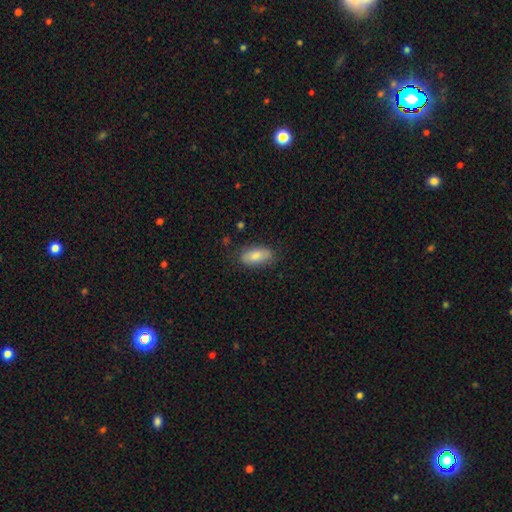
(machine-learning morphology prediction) A smooth galaxy with no disk features (82%) that is in between round and cigar-shaped (91%). Merging: none (78%).